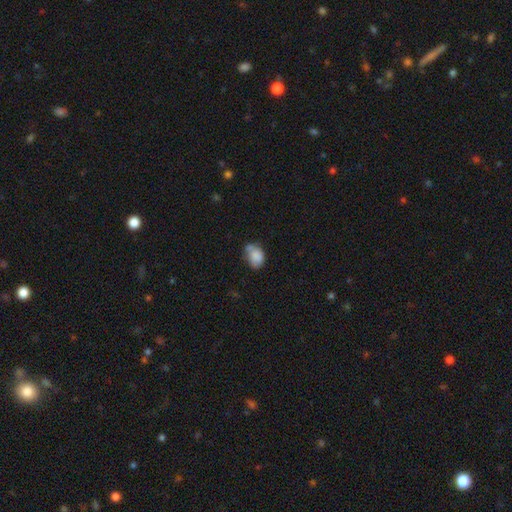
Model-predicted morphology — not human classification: Smooth or featured? smooth (81%)
How rounded? in between (68%)
Merging? none (44%)